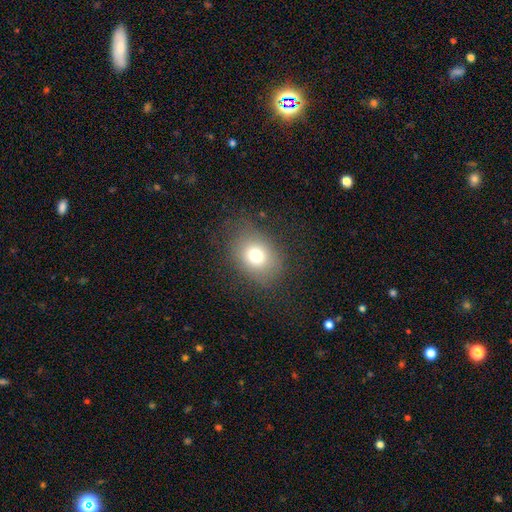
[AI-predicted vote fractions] The model was most divided on "how rounded": in between: 54%, round: 45%, cigar-shaped: 1%. More confident: merging — none (74%); smooth or featured — smooth (73%).